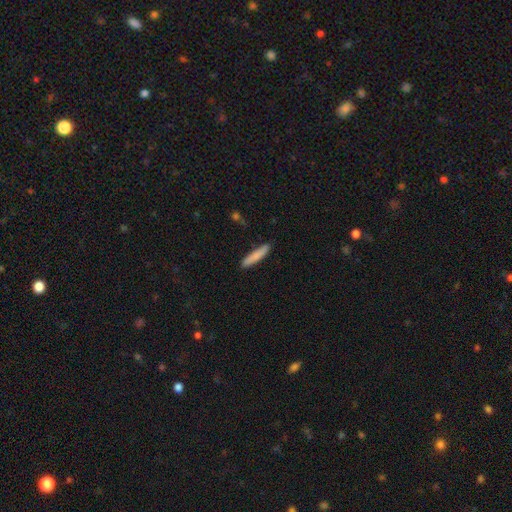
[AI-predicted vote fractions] smooth_or_featured: smooth (p=0.83) [alt: featured or disk p=0.11]
how_rounded: cigar-shaped (p=0.88) [alt: in between p=0.10]
merging: none (p=0.89) [alt: minor disturbance p=0.08]